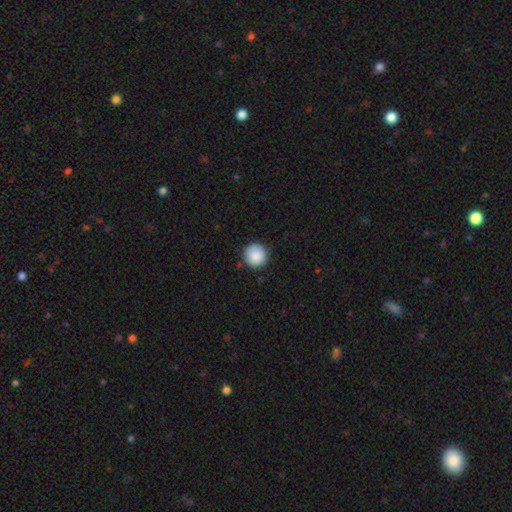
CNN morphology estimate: smooth_or_featured: smooth (p=0.88) [alt: star or artifact p=0.08]
how_rounded: round (p=0.95) [alt: in between p=0.04]
merging: none (p=0.88) [alt: minor disturbance p=0.09]